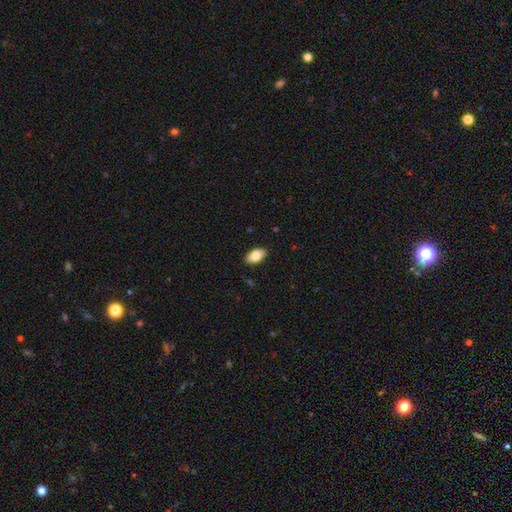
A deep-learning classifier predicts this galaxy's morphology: smooth 82%, featured or disk 11%, star or artifact 7%. Down the decision tree: how rounded — in between (93%); merging — none (89%).